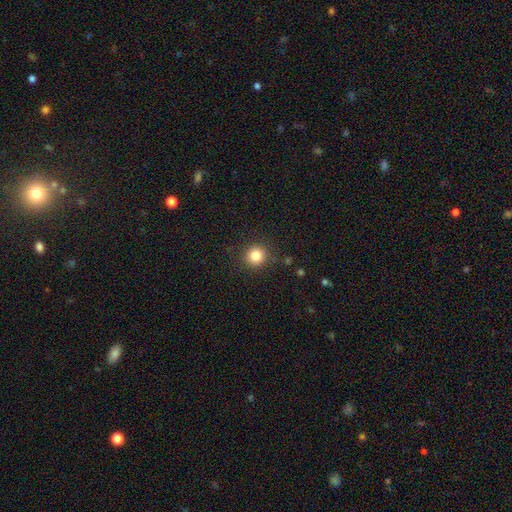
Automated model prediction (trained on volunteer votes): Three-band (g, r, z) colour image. It shows a smooth galaxy with no disk features (84%) that is round (93%). Merging: none (90%).